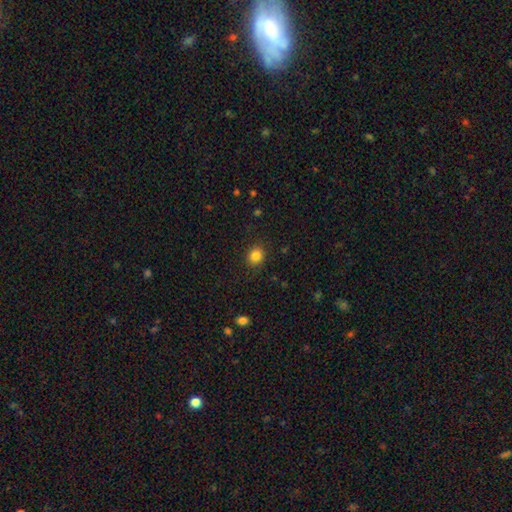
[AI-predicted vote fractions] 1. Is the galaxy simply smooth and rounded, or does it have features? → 84% smooth, 11% star or artifact, 5% featured or disk.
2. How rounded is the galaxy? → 80% round, 20% in between, 1% cigar-shaped.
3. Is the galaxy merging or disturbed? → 88% none, 8% minor disturbance, 3% major disturbance, 1% merger.